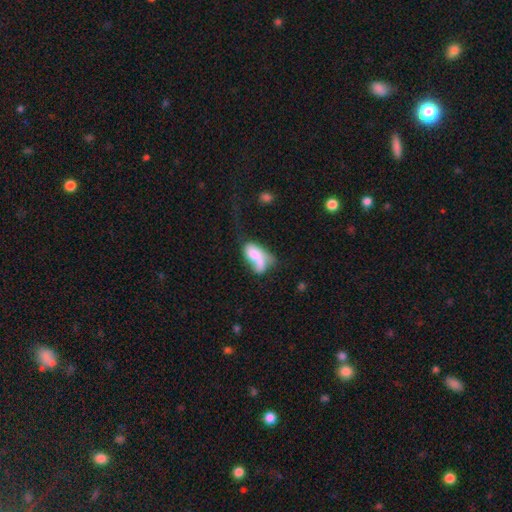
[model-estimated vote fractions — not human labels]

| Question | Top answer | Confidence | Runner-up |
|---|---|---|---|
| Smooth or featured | smooth | 64% | featured or disk (27%) |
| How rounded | in between | 86% | cigar-shaped (7%) |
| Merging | merger | 46% | major disturbance (22%) |